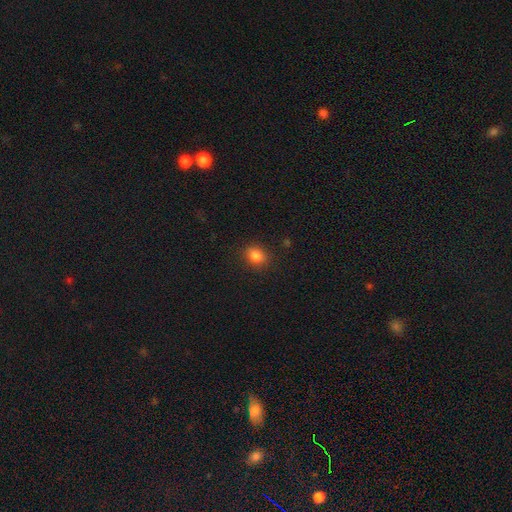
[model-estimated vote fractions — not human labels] The model was most divided on "how rounded": round: 55%, in between: 44%, cigar-shaped: 1%. More confident: merging — none (87%); smooth or featured — smooth (84%).